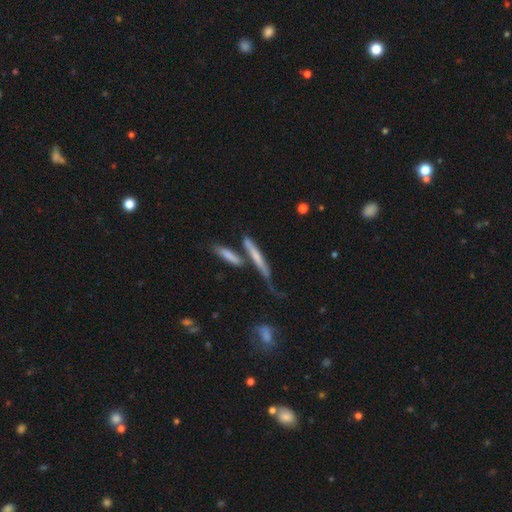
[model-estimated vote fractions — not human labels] Smooth or featured: smooth — 47% (featured or disk — 44%)
Merging: none — 46% (merger — 26%)